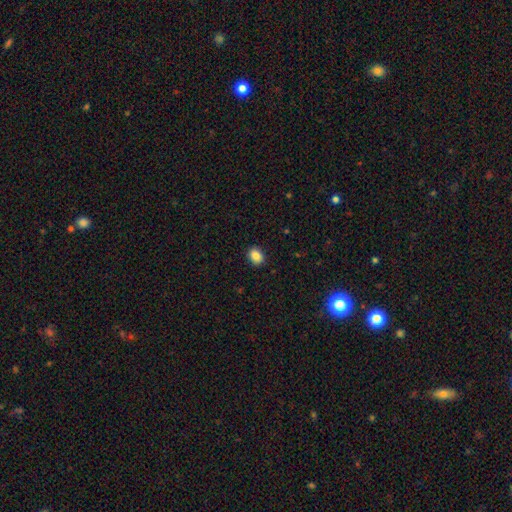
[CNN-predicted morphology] A smooth galaxy with no disk features (87%) that is in between round and cigar-shaped (60%).

Vote fractions:
- Smooth or featured? smooth: 87% / star or artifact: 9% / featured or disk: 4%
- How rounded? in between: 60% / round: 39% / cigar-shaped: 1%
- Merging? none: 90% / minor disturbance: 7% / major disturbance: 2% / merger: 1%